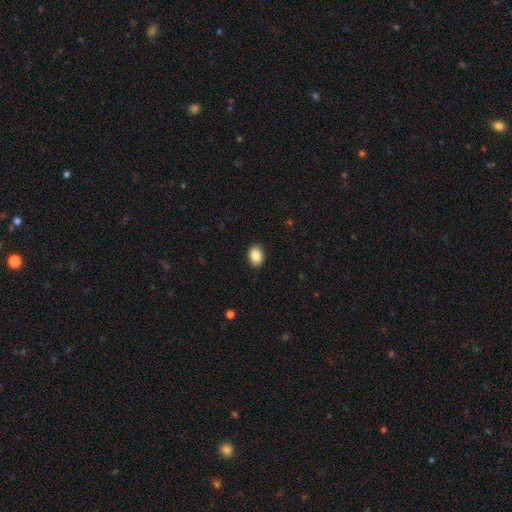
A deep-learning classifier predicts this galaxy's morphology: Smooth or featured? smooth (86%)
How rounded? in between (79%)
Merging? none (90%)